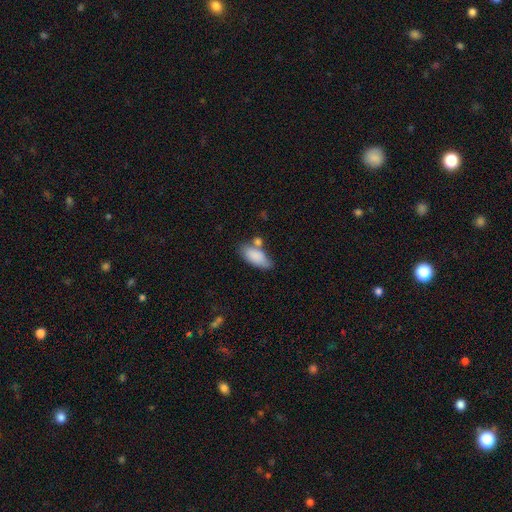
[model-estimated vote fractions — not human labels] Morphology: type=smooth (84%); roundness=in between (85%); merging=none (54%).